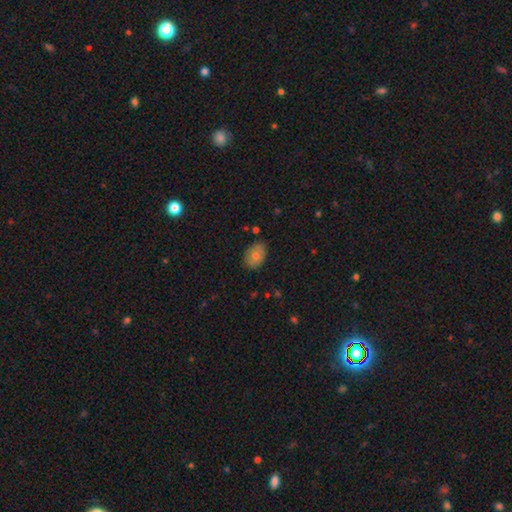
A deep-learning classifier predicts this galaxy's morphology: A smooth galaxy with no disk features (72%) that is in between round and cigar-shaped (77%).

Vote fractions:
- Smooth or featured? smooth: 72% / featured or disk: 17% / star or artifact: 11%
- How rounded? in between: 77% / round: 22% / cigar-shaped: 1%
- Merging? none: 81% / minor disturbance: 15% / major disturbance: 3% / merger: 2%